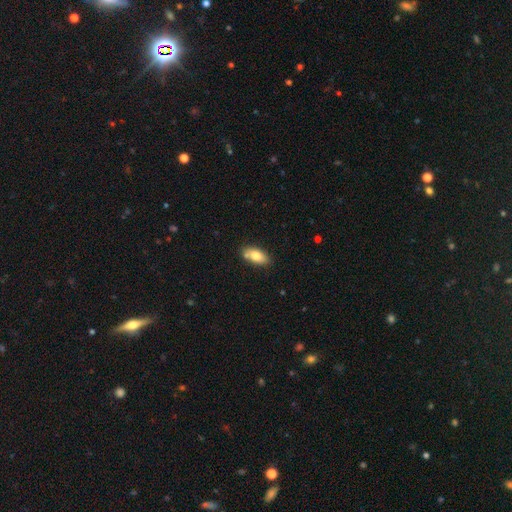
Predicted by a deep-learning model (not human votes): smooth 78%, featured or disk 15%, star or artifact 7%. Down the decision tree: how rounded — in between (89%); merging — none (75%).